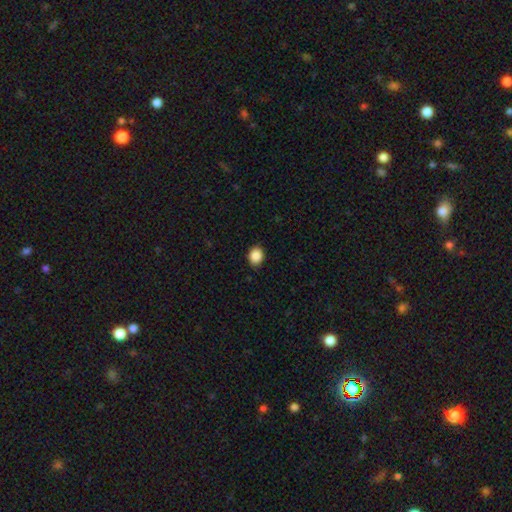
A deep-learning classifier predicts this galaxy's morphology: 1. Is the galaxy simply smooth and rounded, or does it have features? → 88% smooth, 9% star or artifact, 4% featured or disk.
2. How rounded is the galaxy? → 57% round, 42% in between, 1% cigar-shaped.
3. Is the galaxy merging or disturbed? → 88% none, 9% minor disturbance, 2% major disturbance, 1% merger.